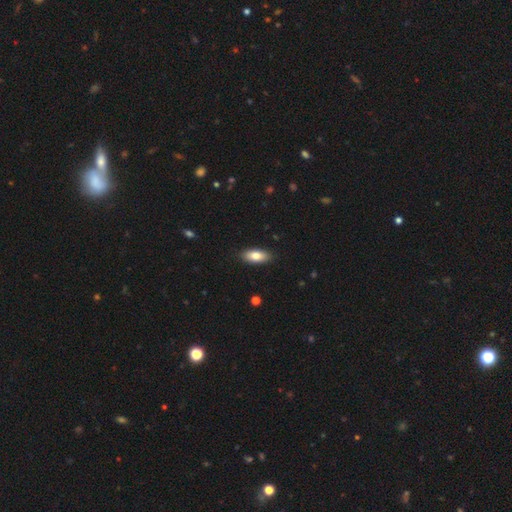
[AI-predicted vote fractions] Smooth or featured?
  - smooth: 81% *
  - featured or disk: 13%
  - star or artifact: 6%
How rounded?
  - in between: 86% *
  - cigar-shaped: 12%
  - round: 3%
Merging?
  - none: 88% *
  - minor disturbance: 9%
  - major disturbance: 2%
  - merger: 1%